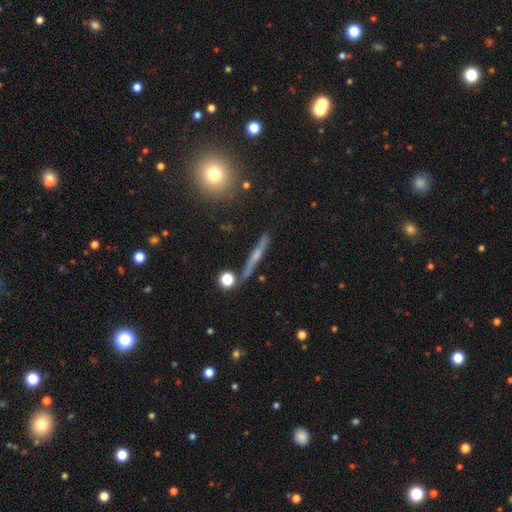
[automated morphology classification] Smooth or featured?
  - featured or disk: 62% *
  - smooth: 28%
  - star or artifact: 10%
Edge-on disk?
  - yes: 94% *
  - no: 6%
Edge-on bulge?
  - rounded: 55% *
  - none: 35%
  - boxy: 10%
Merging?
  - none: 83% *
  - minor disturbance: 11%
  - merger: 4%
  - major disturbance: 3%